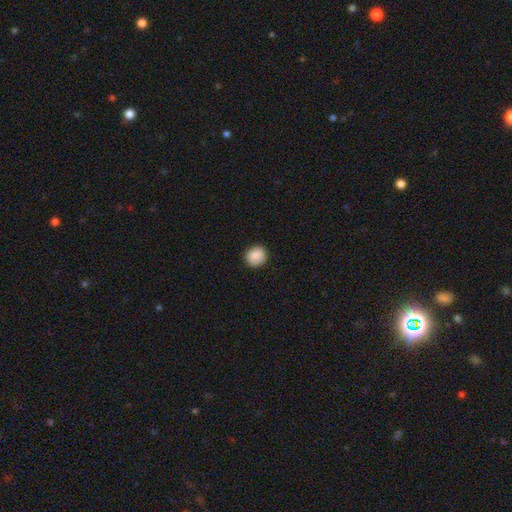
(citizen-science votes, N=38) Smooth or featured: smooth — 92% (star or artifact — 8%)
How rounded: round — 94% (in between — 6%)
Merging: none — 86% (minor disturbance — 11%)